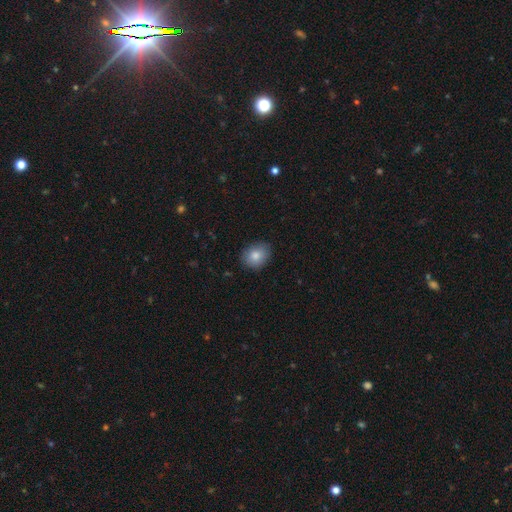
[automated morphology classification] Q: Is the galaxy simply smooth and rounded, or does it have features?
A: smooth — 83%.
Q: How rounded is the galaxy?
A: round — 50%.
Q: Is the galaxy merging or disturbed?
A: none — 85%.